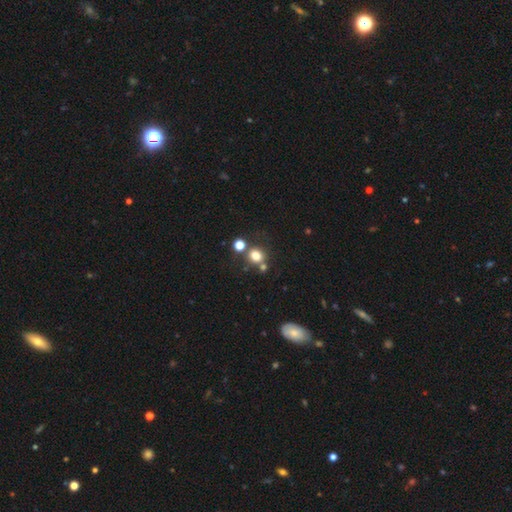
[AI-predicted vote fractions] This is likely a smooth galaxy (76%). How rounded: clearly round (83%). Merging: likely none (65%).